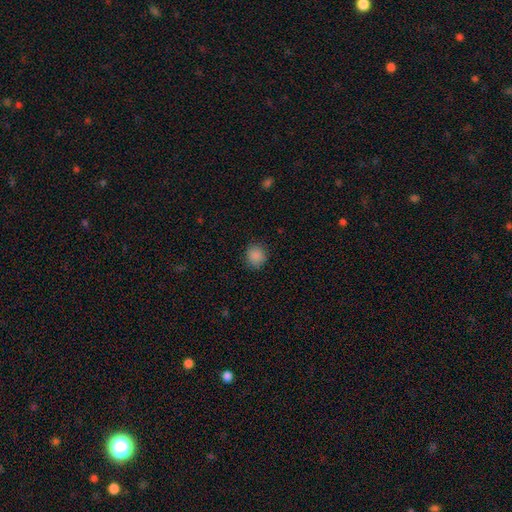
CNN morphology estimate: Smooth or featured: smooth — 87% (star or artifact — 10%)
How rounded: round — 88% (in between — 11%)
Merging: none — 89% (minor disturbance — 8%)